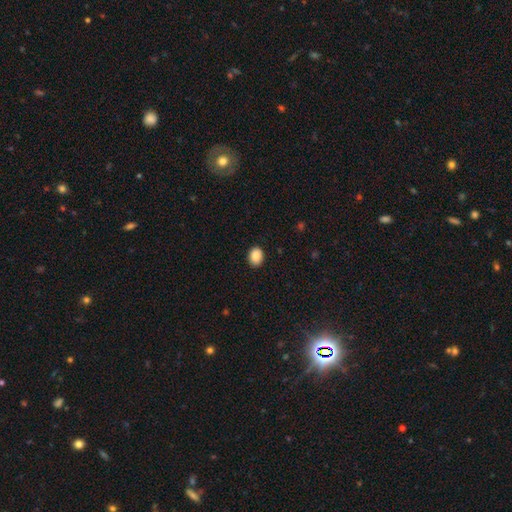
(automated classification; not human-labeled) smooth_or_featured: smooth (p=0.89) [alt: star or artifact p=0.08]
how_rounded: in between (p=0.58) [alt: round p=0.41]
merging: none (p=0.89) [alt: minor disturbance p=0.08]